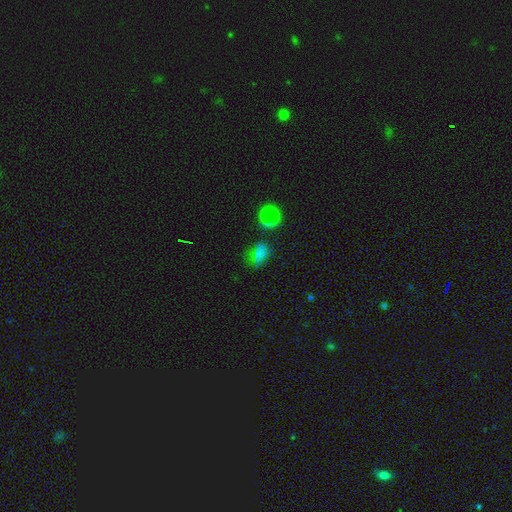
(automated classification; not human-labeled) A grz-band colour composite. It shows a smooth galaxy with no disk features (56%) that is in between round and cigar-shaped (64%). Merging: none (57%).